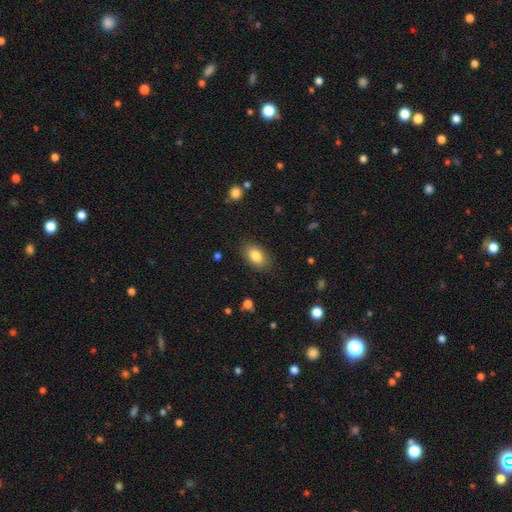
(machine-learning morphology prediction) A smooth galaxy with no disk features (84%) that is in between round and cigar-shaped (90%).

Vote fractions:
- Smooth or featured? smooth: 84% / featured or disk: 8% / star or artifact: 8%
- How rounded? in between: 90% / round: 8% / cigar-shaped: 2%
- Merging? none: 85% / minor disturbance: 11% / major disturbance: 3% / merger: 1%